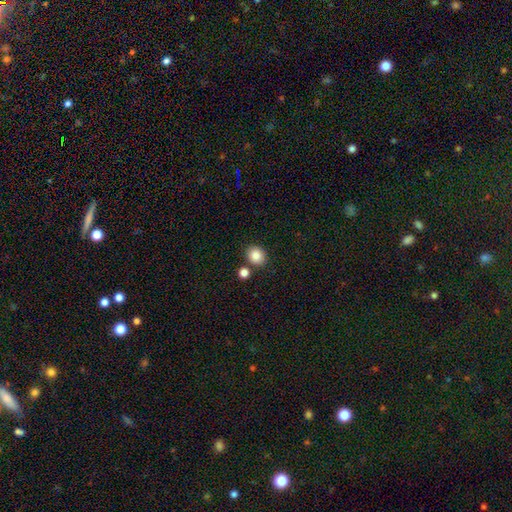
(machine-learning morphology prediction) Smooth or featured? smooth (85%)
How rounded? round (75%)
Merging? none (81%)